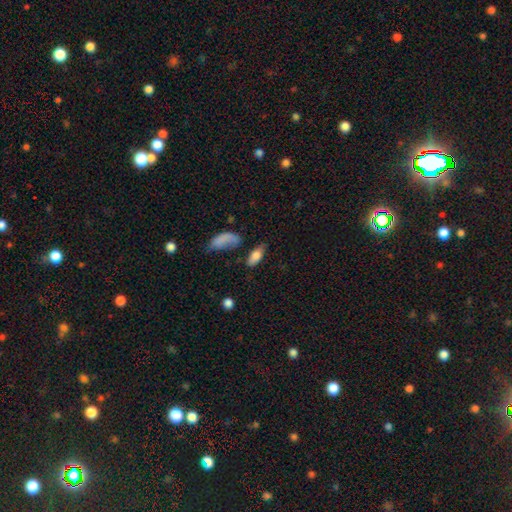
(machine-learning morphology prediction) smooth-or-featured: smooth: 79% | featured or disk: 13% | star or artifact: 9%
  how-rounded: in between: 86% | cigar-shaped: 10% | round: 4%
  merging: none: 59% | minor disturbance: 23% | major disturbance: 11% | merger: 7%